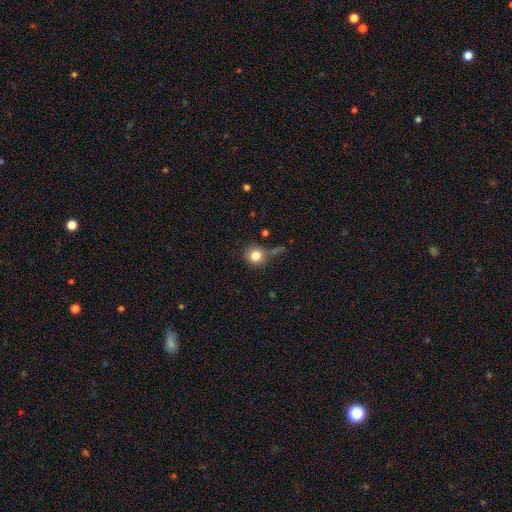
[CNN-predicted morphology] Smooth or featured?
  - smooth: 82% *
  - star or artifact: 11%
  - featured or disk: 8%
How rounded?
  - round: 91% *
  - in between: 8%
  - cigar-shaped: 1%
Merging?
  - none: 65% *
  - minor disturbance: 17%
  - merger: 10%
  - major disturbance: 8%